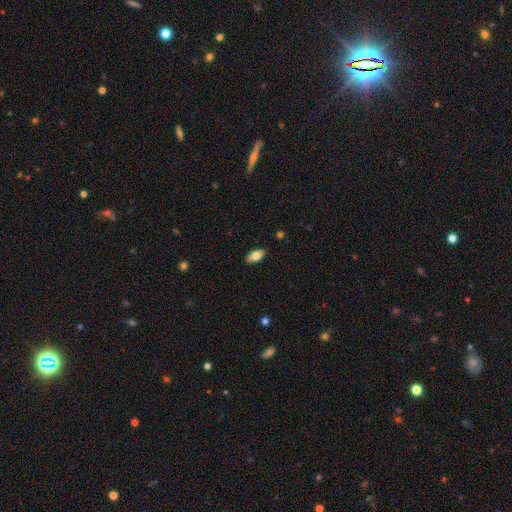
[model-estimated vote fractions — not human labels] This appears to be a smooth galaxy with no disk features (75%) that is in between round and cigar-shaped (92%). Merging: none (88%).